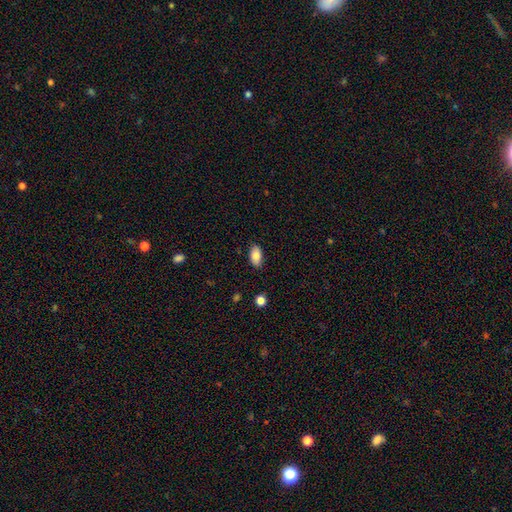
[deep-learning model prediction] Morphology: type=smooth (82%); roundness=in between (93%); merging=none (85%).